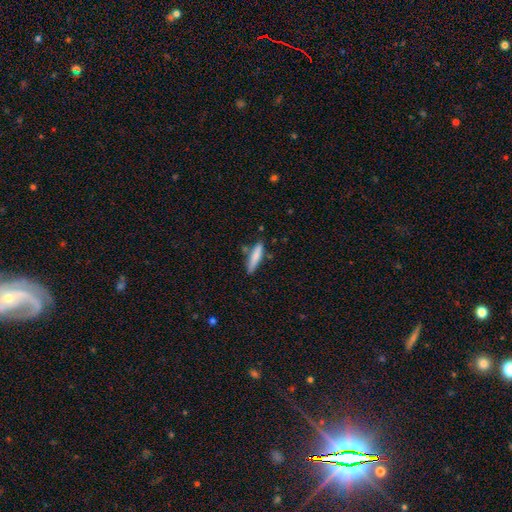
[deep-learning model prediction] smooth_or_featured: smooth (p=0.79) [alt: featured or disk p=0.15]
how_rounded: cigar-shaped (p=0.82) [alt: in between p=0.16]
merging: none (p=0.74) [alt: minor disturbance p=0.16]